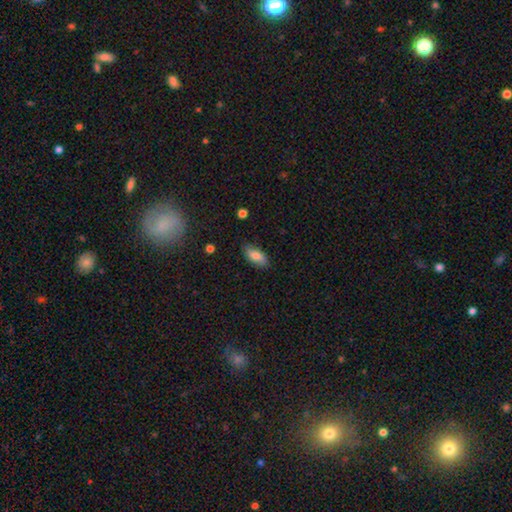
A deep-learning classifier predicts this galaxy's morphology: Smooth or featured: smooth — 81% (featured or disk — 12%)
How rounded: in between — 89% (cigar-shaped — 9%)
Merging: none — 82% (minor disturbance — 15%)